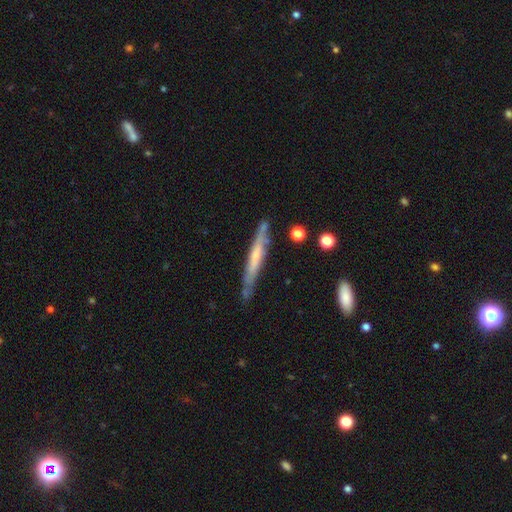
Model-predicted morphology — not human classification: type=featured or disk (55%); edge-on=yes (88%); merging=none (74%).